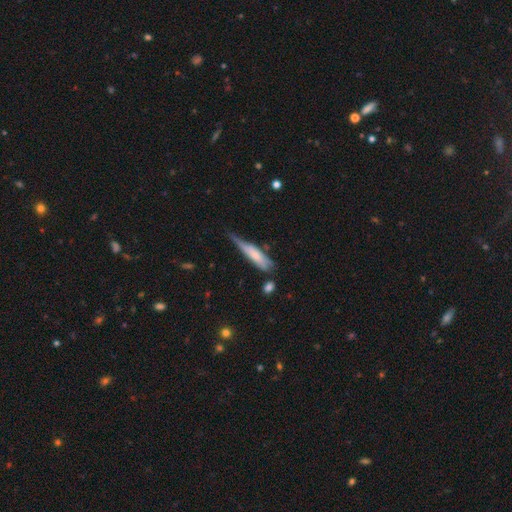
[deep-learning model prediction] Smooth or featured? smooth (62%)
How rounded? cigar-shaped (76%)
Merging? minor disturbance (43%)